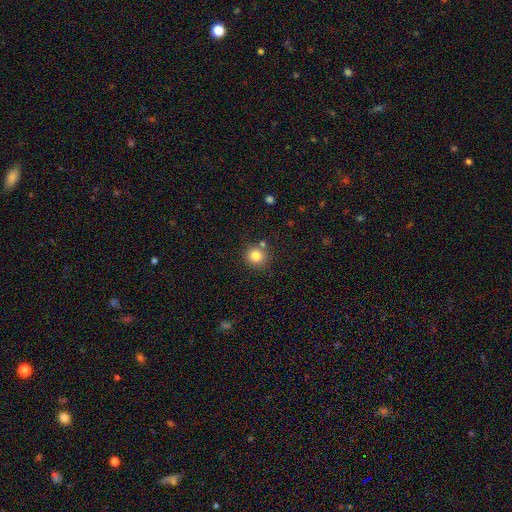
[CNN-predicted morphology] smooth_or_featured: smooth (p=0.83) [alt: star or artifact p=0.11]
how_rounded: round (p=0.91) [alt: in between p=0.08]
merging: none (p=0.79) [alt: merger p=0.09]